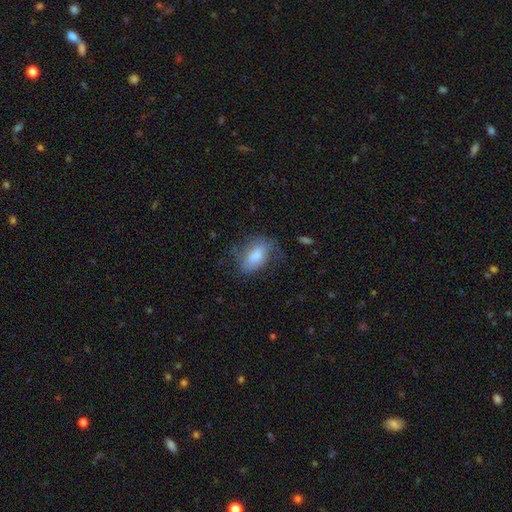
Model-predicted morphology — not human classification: This is likely a smooth galaxy (73%). How rounded: clearly in between (91%). Merging: possibly none (53%).